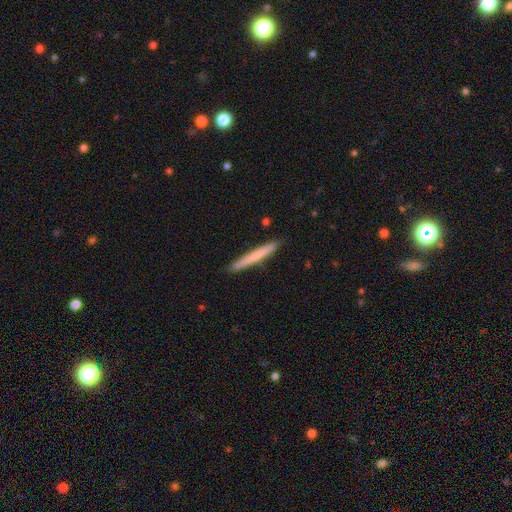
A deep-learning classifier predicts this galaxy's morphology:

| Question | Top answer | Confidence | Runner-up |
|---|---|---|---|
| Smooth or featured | smooth | 65% | featured or disk (29%) |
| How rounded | cigar-shaped | 97% | in between (2%) |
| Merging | none | 91% | minor disturbance (6%) |